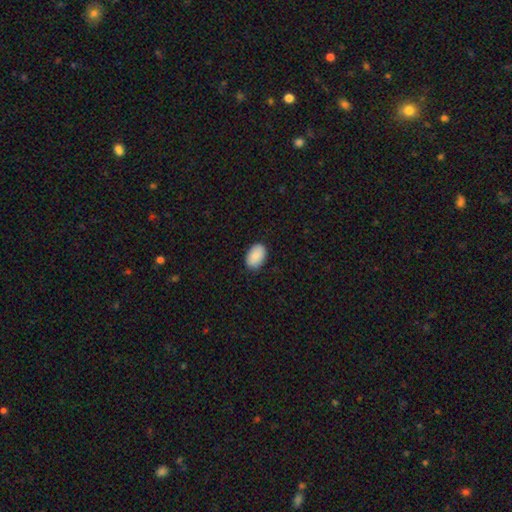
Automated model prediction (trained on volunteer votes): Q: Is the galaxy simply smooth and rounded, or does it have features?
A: smooth — 89%.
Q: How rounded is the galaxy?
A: in between — 90%.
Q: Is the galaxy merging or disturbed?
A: none — 88%.